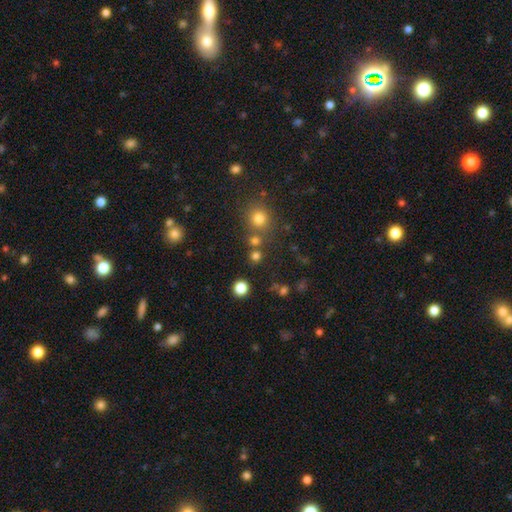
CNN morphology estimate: smooth_or_featured: smooth (p=0.74) [alt: star or artifact p=0.20]
how_rounded: round (p=0.90) [alt: in between p=0.09]
merging: none (p=0.73) [alt: merger p=0.17]